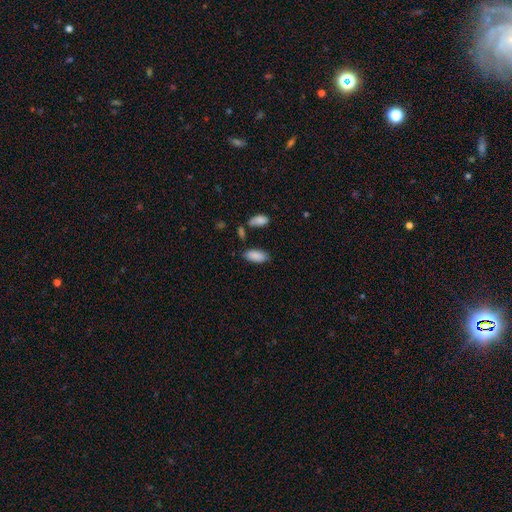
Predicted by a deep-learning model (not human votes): smooth_or_featured: smooth (p=0.88) [alt: star or artifact p=0.07]
how_rounded: in between (p=0.89) [alt: cigar-shaped p=0.09]
merging: none (p=0.75) [alt: minor disturbance p=0.15]